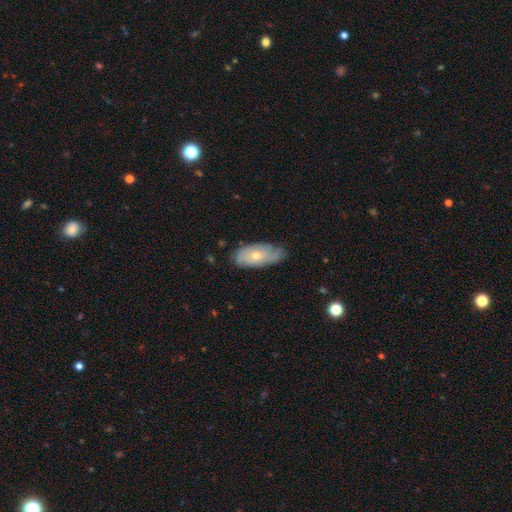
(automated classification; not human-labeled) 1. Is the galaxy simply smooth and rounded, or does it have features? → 53% featured or disk, 41% smooth, 6% star or artifact.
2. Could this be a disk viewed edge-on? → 86% no, 14% yes.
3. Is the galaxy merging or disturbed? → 69% none, 25% minor disturbance, 5% major disturbance, 1% merger.